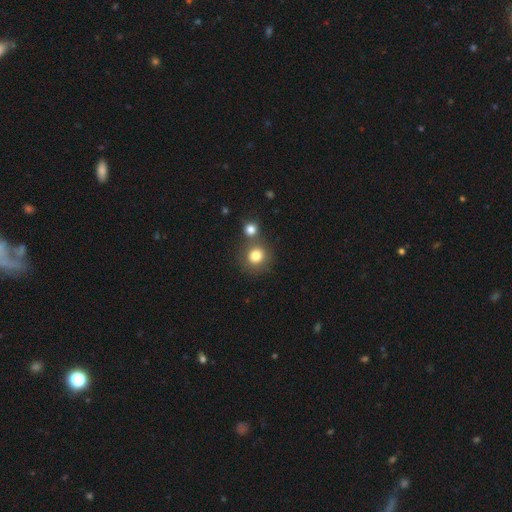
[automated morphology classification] type=smooth (80%); roundness=round (89%); merging=none (64%).